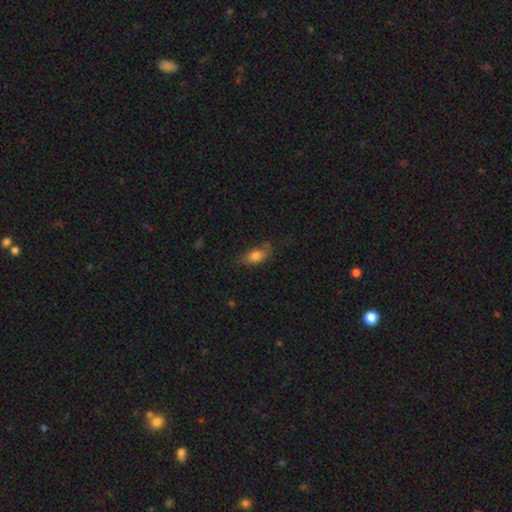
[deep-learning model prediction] smooth 76%, featured or disk 15%, star or artifact 9%. Down the decision tree: how rounded — in between (83%); merging — none (62%).